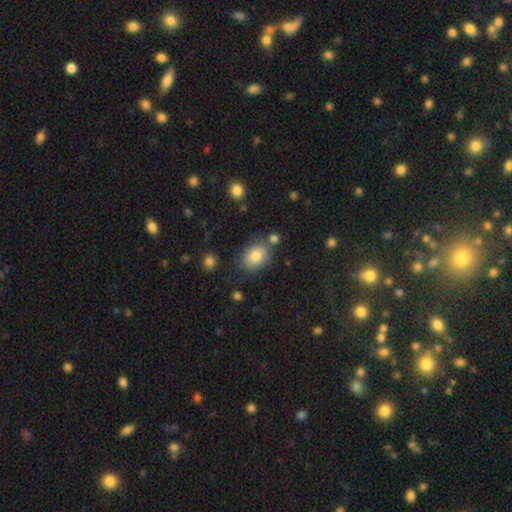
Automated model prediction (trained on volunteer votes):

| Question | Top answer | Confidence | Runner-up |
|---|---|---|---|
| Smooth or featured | smooth | 81% | featured or disk (10%) |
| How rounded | in between | 60% | round (39%) |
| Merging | none | 70% | minor disturbance (16%) |